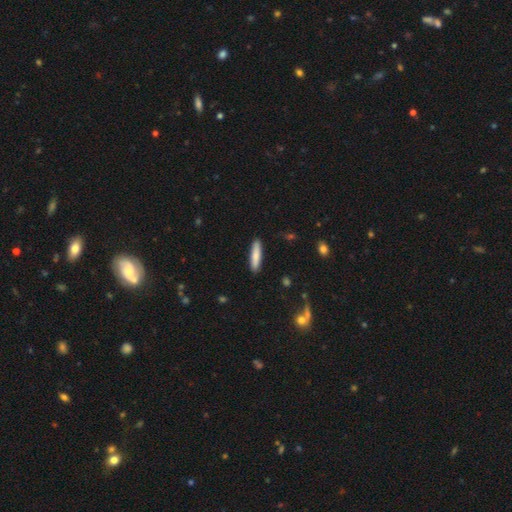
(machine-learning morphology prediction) type=smooth (80%); roundness=cigar-shaped (84%); merging=none (90%).